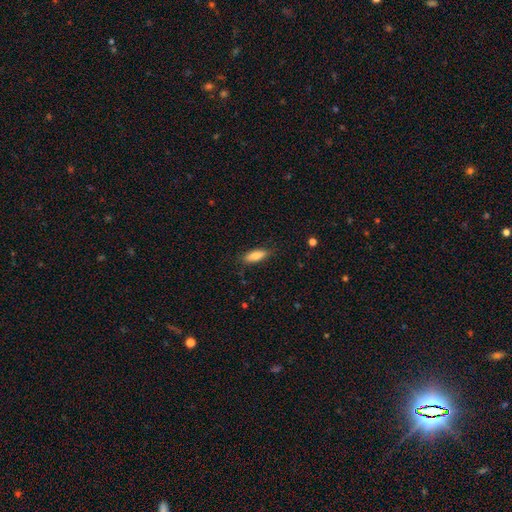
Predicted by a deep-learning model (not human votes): Smooth or featured: smooth — 84% (featured or disk — 10%)
How rounded: in between — 60% (cigar-shaped — 38%)
Merging: none — 83% (minor disturbance — 13%)